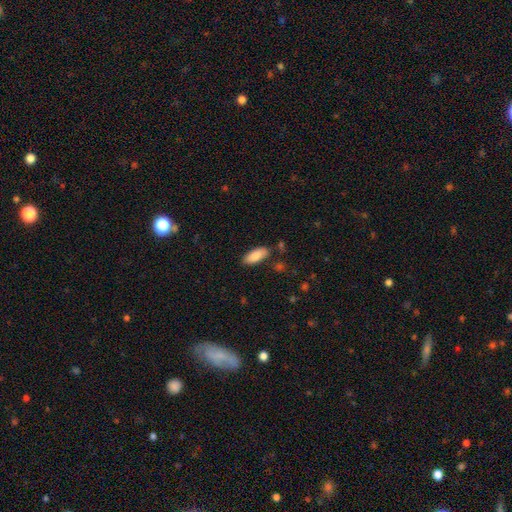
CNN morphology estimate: type=smooth (86%); roundness=in between (81%); merging=none (81%).